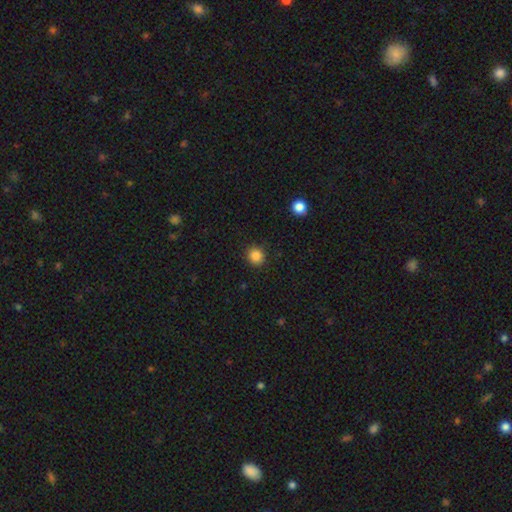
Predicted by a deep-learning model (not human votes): Overall: smooth (85%). How rounded: round (91%). Merging: none (91%).